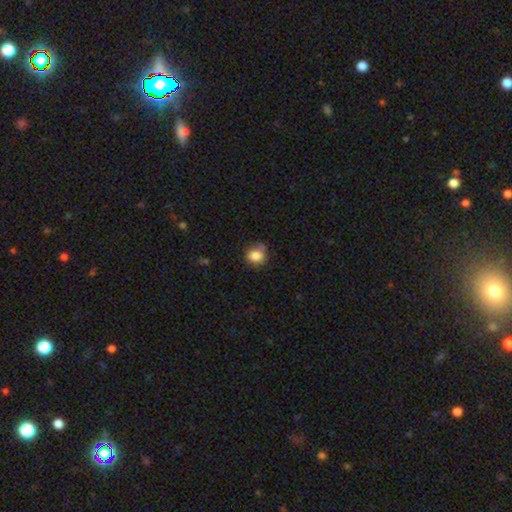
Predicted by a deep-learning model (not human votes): Smooth or featured? Predicted: smooth (p=0.83). How rounded? Predicted: round (p=0.70). Merging? Predicted: none (p=0.68).